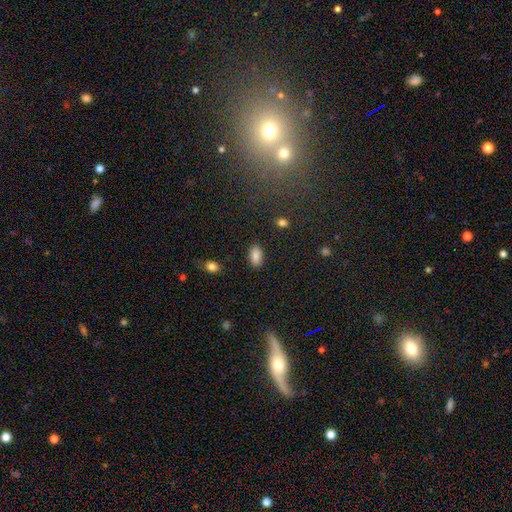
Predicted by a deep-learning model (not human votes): Overall: smooth (87%). How rounded: in between (93%). Merging: none (87%).